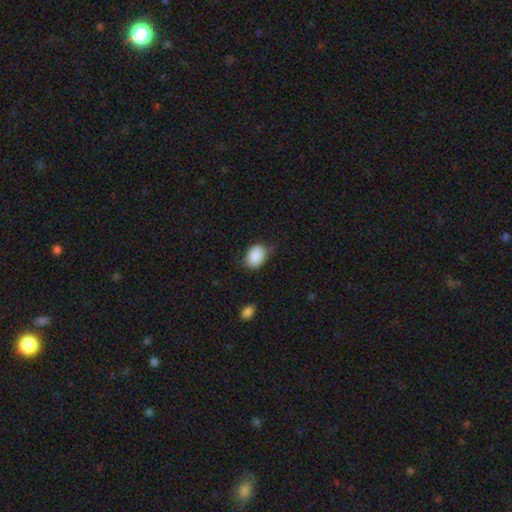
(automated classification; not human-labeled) Morphology: type=smooth (89%); roundness=in between (75%); merging=none (74%).